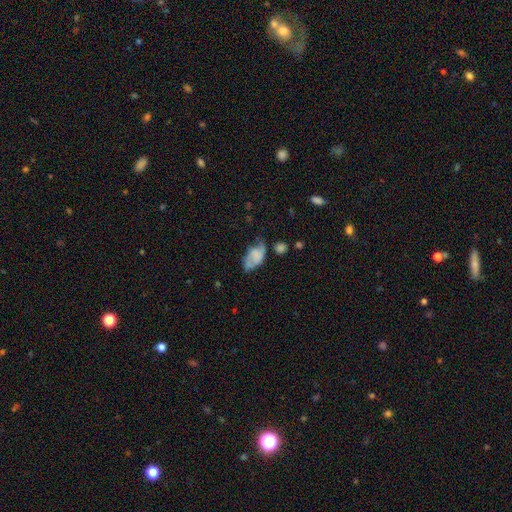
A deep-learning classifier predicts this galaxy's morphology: This is possibly a smooth galaxy (56%). How rounded: clearly in between (91%). Merging: marginally none (37%).